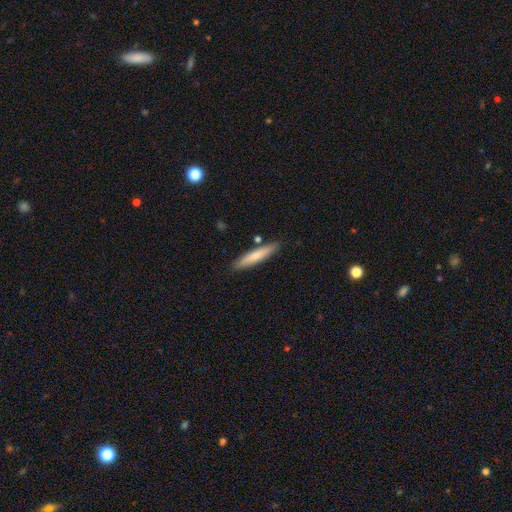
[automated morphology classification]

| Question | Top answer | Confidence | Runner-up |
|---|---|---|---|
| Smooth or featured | smooth | 68% | featured or disk (26%) |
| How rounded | cigar-shaped | 87% | in between (11%) |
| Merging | none | 85% | minor disturbance (9%) |